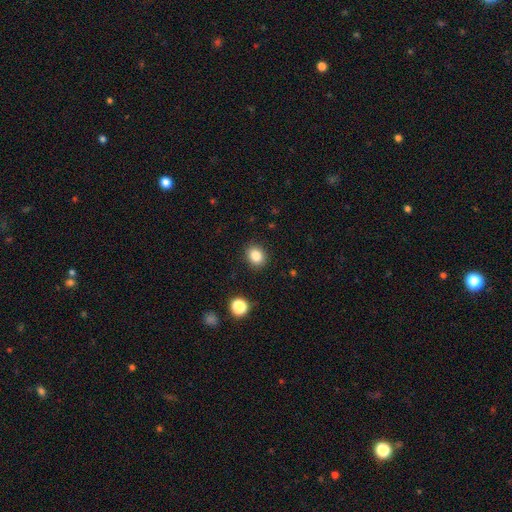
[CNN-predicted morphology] Q: Smooth or featured?
A: smooth (84%); runner-up: star or artifact (11%)
Q: How rounded?
A: round (59%); runner-up: in between (40%)
Q: Merging?
A: none (89%); runner-up: minor disturbance (8%)